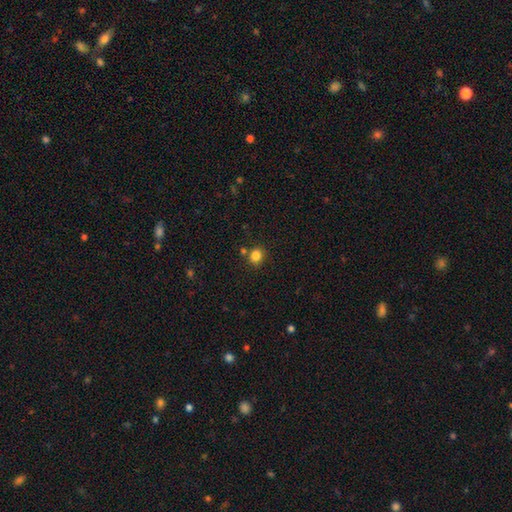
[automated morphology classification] smooth_or_featured: smooth (p=0.84) [alt: star or artifact p=0.12]
how_rounded: round (p=0.75) [alt: in between p=0.24]
merging: none (p=0.78) [alt: minor disturbance p=0.09]